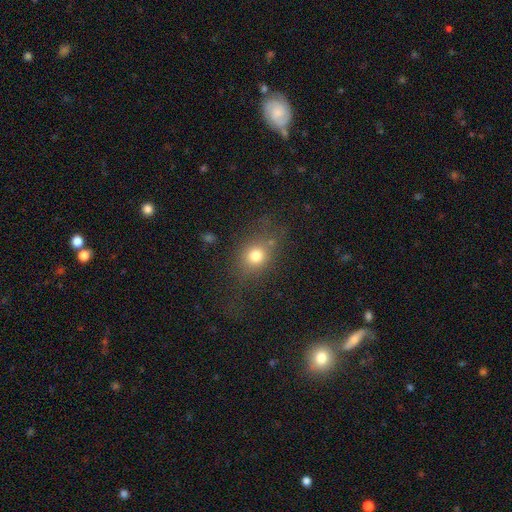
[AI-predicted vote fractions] Smooth or featured? smooth (74%)
How rounded? round (57%)
Merging? none (66%)